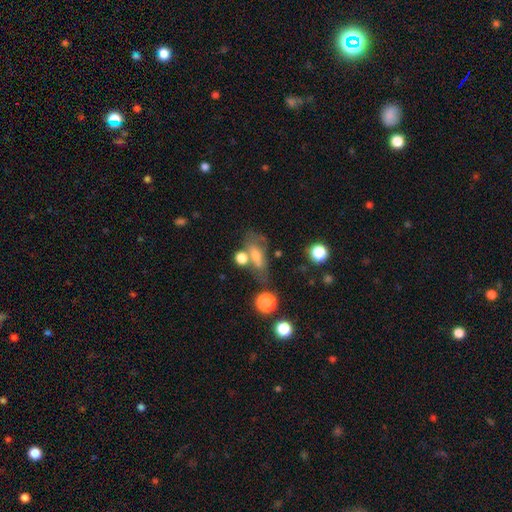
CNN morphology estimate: A smooth galaxy with no disk features (46%).

Vote fractions:
- Smooth or featured? smooth: 46% / featured or disk: 37% / star or artifact: 17%
- Merging? none: 48% / minor disturbance: 19% / merger: 19% / major disturbance: 14%